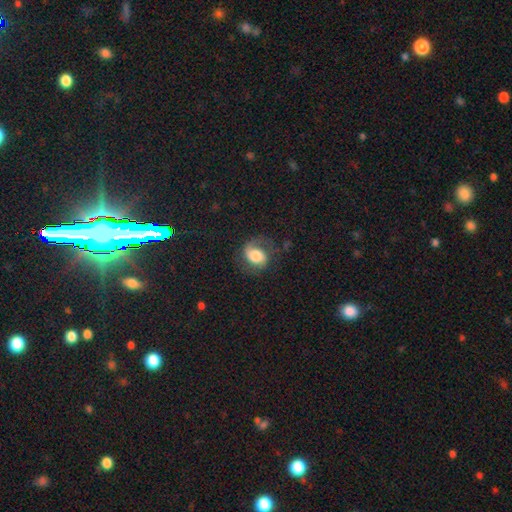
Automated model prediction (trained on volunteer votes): This is possibly a featured or disk galaxy (55%). It is clearly not viewed edge-on (97%). Bar: possibly no (52%). Spiral arm pattern: clearly yes (89%). Central bulge: marginally large (43%). Merging: possibly none (59%).